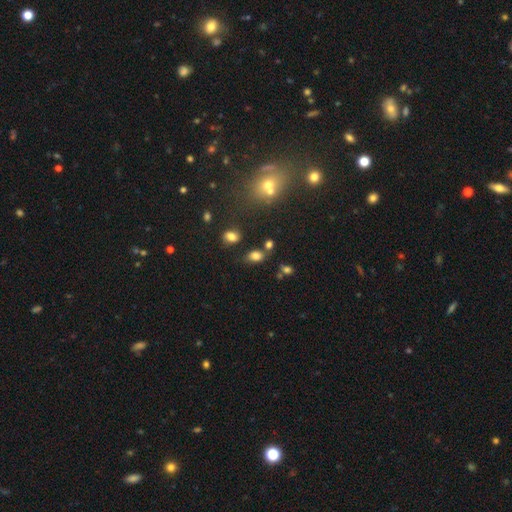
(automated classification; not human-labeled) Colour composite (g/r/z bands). It shows a smooth galaxy with no disk features (78%) that is in between round and cigar-shaped (81%). Merging: none (66%).